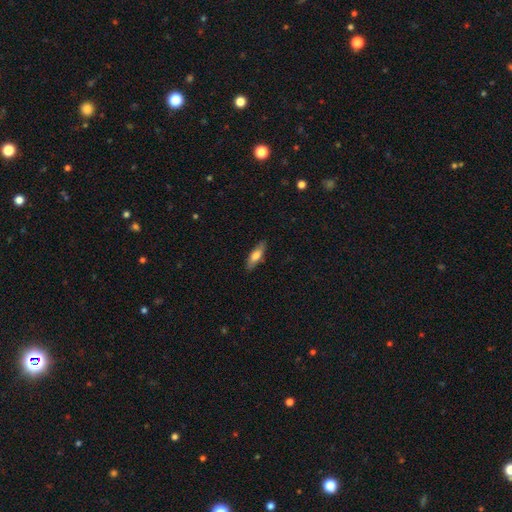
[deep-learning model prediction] Smooth or featured: smooth — 70% (featured or disk — 24%)
How rounded: cigar-shaped — 49% (tied with in between — 49%)
Merging: none — 84% (minor disturbance — 12%)